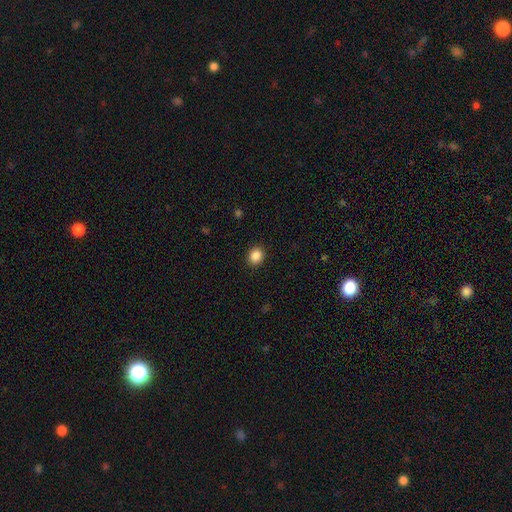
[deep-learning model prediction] The model was most divided on "how rounded": round: 67%, in between: 32%, cigar-shaped: 1%. More confident: merging — none (90%); smooth or featured — smooth (88%).